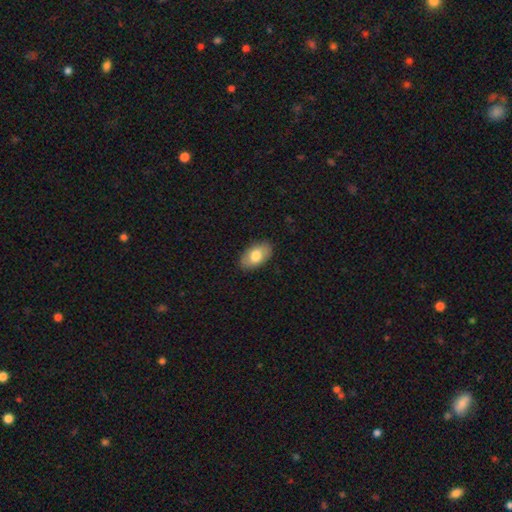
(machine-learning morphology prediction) smooth 74%, featured or disk 20%, star or artifact 6%. Down the decision tree: how rounded — in between (93%); merging — none (86%).